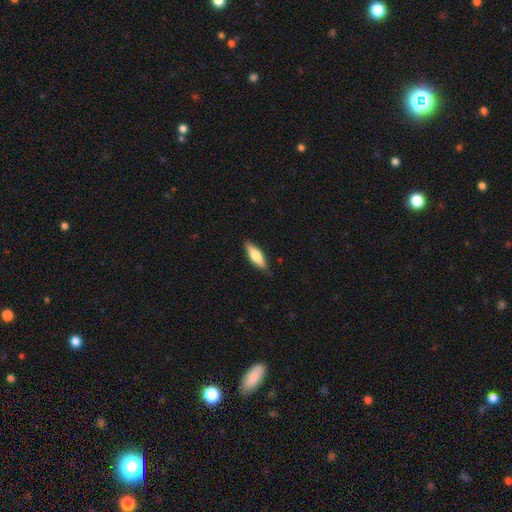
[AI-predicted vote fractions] Smooth or featured: smooth — 63% (featured or disk — 31%)
How rounded: cigar-shaped — 53% (in between — 45%)
Merging: none — 86% (minor disturbance — 11%)